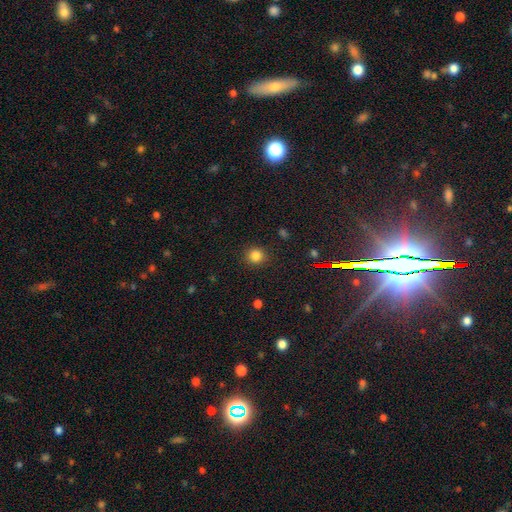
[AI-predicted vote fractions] Overall: smooth (82%). How rounded: round (89%). Merging: none (90%).